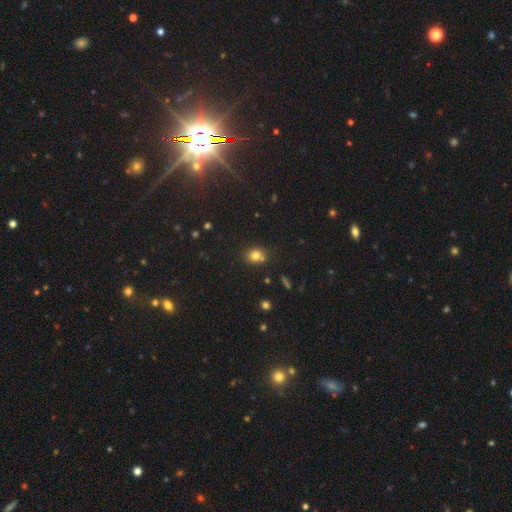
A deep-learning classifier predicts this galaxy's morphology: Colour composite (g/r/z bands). It shows a smooth galaxy with no disk features (77%) that is round (68%). Merging: none (66%).